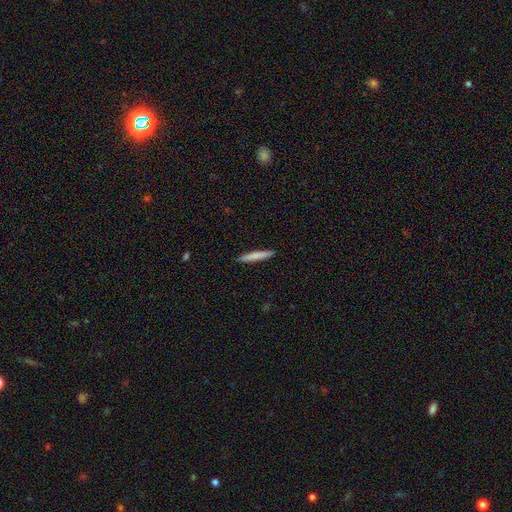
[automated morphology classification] A smooth galaxy with no disk features (78%) that is cigar-shaped (94%).

Vote fractions:
- Smooth or featured? smooth: 78% / featured or disk: 17% / star or artifact: 5%
- How rounded? cigar-shaped: 94% / in between: 4% / round: 1%
- Merging? none: 91% / minor disturbance: 6% / major disturbance: 1% / merger: 1%